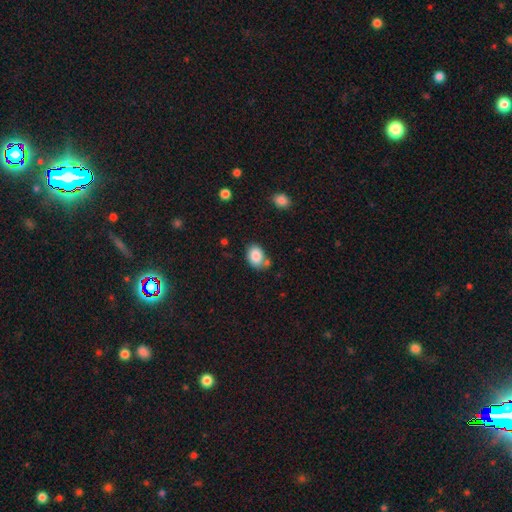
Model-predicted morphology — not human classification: smooth-or-featured: smooth: 86% | star or artifact: 8% | featured or disk: 6%
  how-rounded: in between: 76% | round: 23% | cigar-shaped: 1%
  merging: none: 66% | minor disturbance: 17% | merger: 13% | major disturbance: 4%